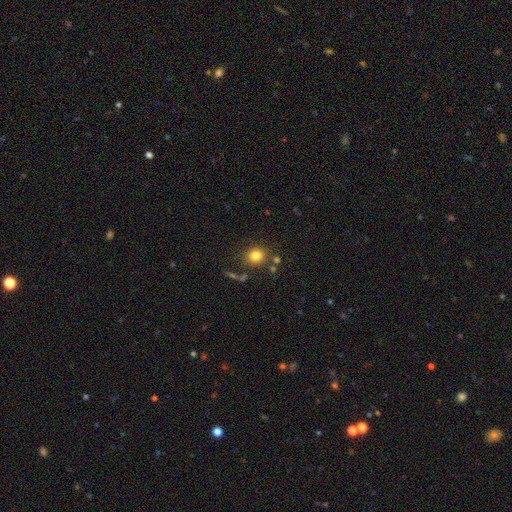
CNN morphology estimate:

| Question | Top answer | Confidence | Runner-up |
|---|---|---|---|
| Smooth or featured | smooth | 80% | star or artifact (12%) |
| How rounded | round | 82% | in between (17%) |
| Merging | none | 79% | minor disturbance (10%) |